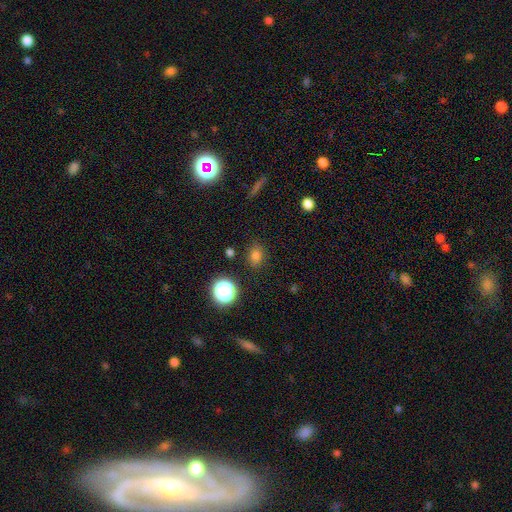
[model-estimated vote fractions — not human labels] A smooth galaxy with no disk features (77%) that is round (51%). Merging: none (83%).